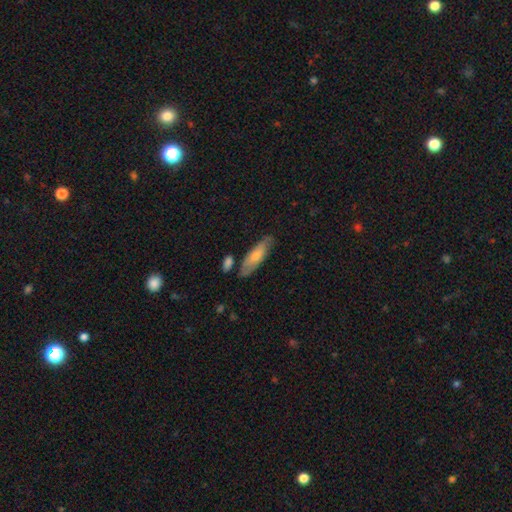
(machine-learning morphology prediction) Smooth or featured? smooth (53%)
How rounded? in between (49%, tied with cigar-shaped)
Merging? none (75%)